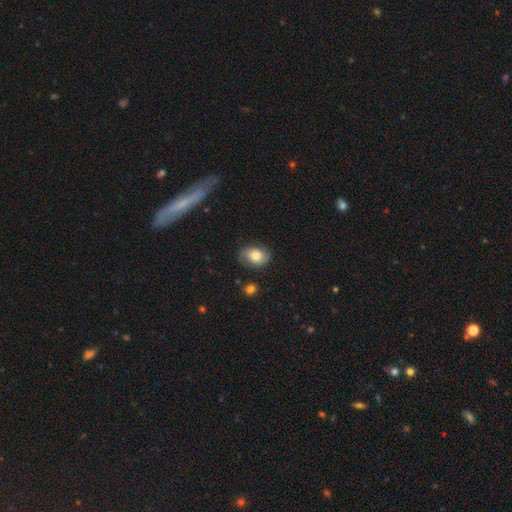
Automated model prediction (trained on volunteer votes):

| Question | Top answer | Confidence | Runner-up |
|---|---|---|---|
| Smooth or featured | smooth | 68% | featured or disk (24%) |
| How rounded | in between | 73% | round (26%) |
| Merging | none | 75% | minor disturbance (18%) |